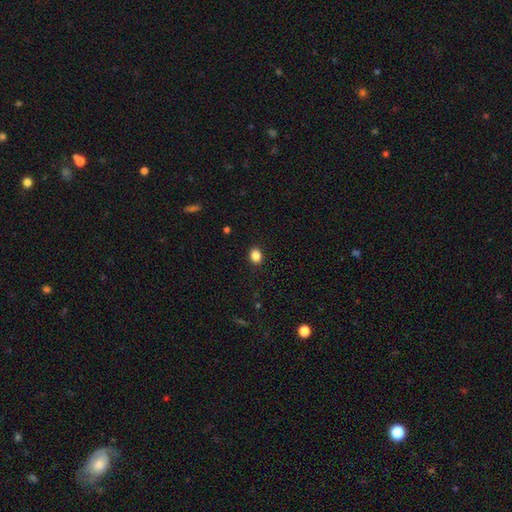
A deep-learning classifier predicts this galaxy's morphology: smooth-or-featured: smooth: 86% | star or artifact: 10% | featured or disk: 3%
  how-rounded: round: 55% | in between: 44% | cigar-shaped: 1%
  merging: none: 90% | minor disturbance: 7% | major disturbance: 2% | merger: 1%